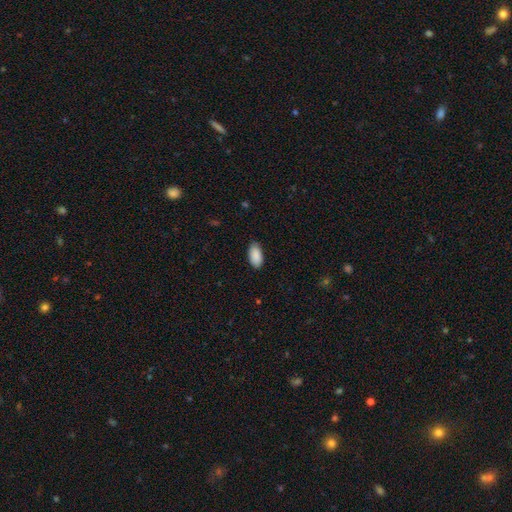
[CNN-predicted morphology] smooth_or_featured: smooth (p=0.90) [alt: star or artifact p=0.06]
how_rounded: in between (p=0.94) [alt: cigar-shaped p=0.03]
merging: none (p=0.83) [alt: minor disturbance p=0.13]